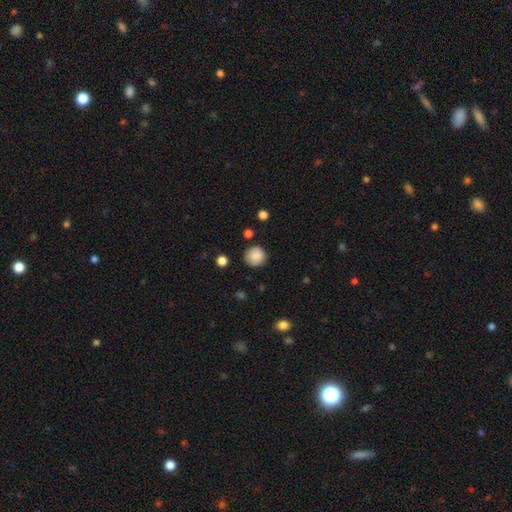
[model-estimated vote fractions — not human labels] Smooth or featured? Predicted: smooth (p=0.84). How rounded? Predicted: round (p=0.92). Merging? Predicted: none (p=0.84).